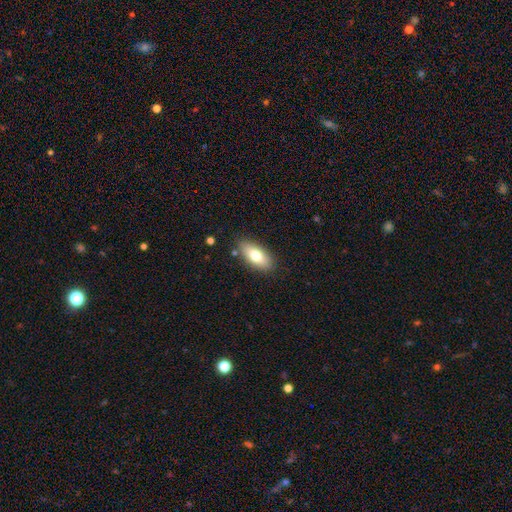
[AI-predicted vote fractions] smooth 75%, featured or disk 18%, star or artifact 7%. Down the decision tree: how rounded — in between (87%); merging — none (85%).